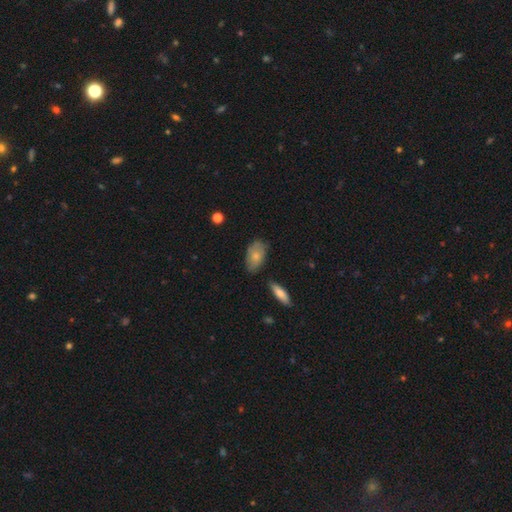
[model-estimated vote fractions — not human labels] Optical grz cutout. It shows a smooth galaxy with no disk features (75%) that is in between round and cigar-shaped (92%). Merging: none (72%).